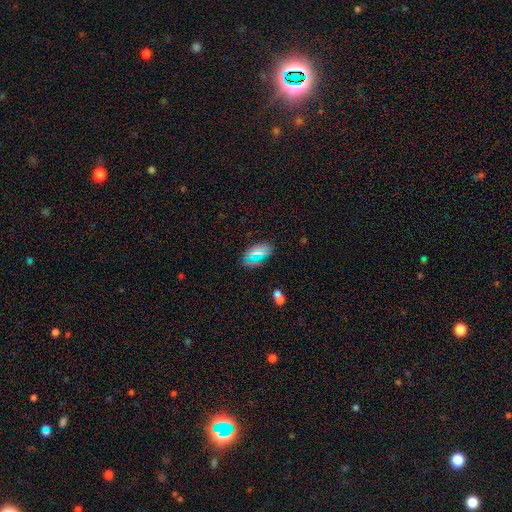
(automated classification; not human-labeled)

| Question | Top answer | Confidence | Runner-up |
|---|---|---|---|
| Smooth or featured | smooth | 62% | star or artifact (24%) |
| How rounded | in between | 86% | round (8%) |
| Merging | none | 76% | minor disturbance (15%) |